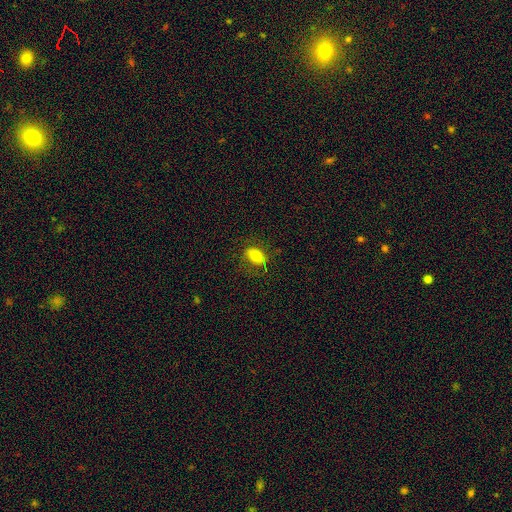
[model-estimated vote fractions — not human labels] smooth_or_featured: smooth (p=0.71) [alt: featured or disk p=0.19]
how_rounded: in between (p=0.77) [alt: round p=0.20]
merging: none (p=0.67) [alt: minor disturbance p=0.20]